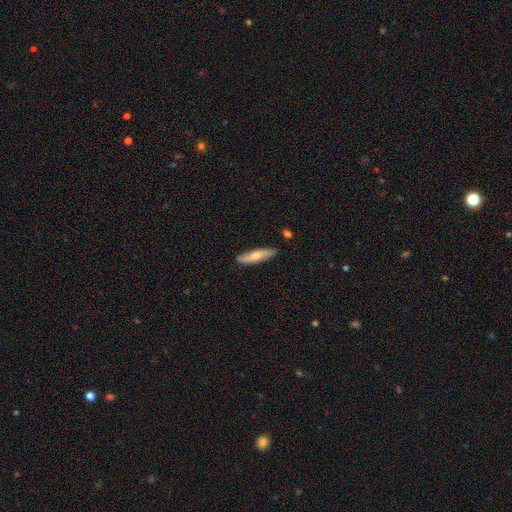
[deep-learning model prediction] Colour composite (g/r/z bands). It shows a smooth galaxy with no disk features (62%) that is cigar-shaped (79%). Merging: none (87%).